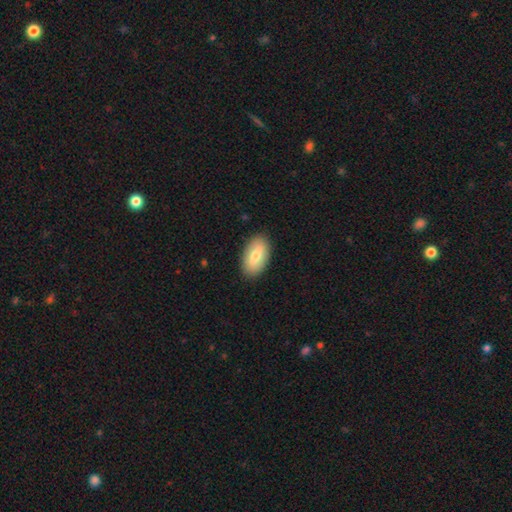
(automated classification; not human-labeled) This appears to be a smooth galaxy with no disk features (73%) that is in between round and cigar-shaped (93%). Merging: none (88%).